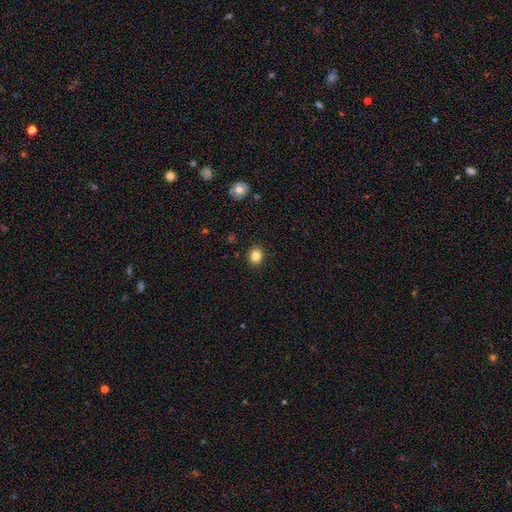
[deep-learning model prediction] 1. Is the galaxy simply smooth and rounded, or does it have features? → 83% smooth, 11% star or artifact, 6% featured or disk.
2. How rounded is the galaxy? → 69% round, 30% in between, 1% cigar-shaped.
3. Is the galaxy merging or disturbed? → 91% none, 6% minor disturbance, 2% major disturbance, 1% merger.